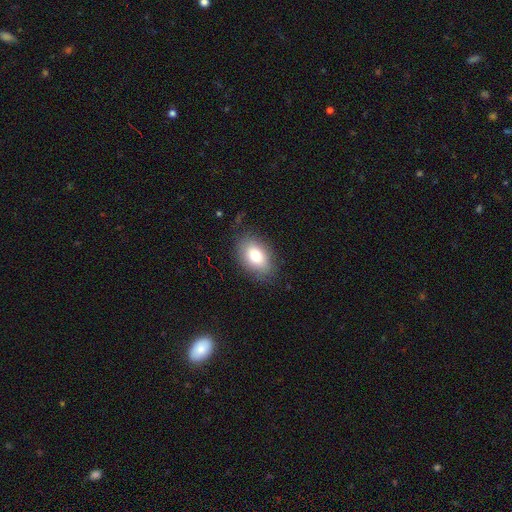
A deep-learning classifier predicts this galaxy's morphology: Q: Smooth or featured?
A: smooth (77%); runner-up: featured or disk (14%)
Q: How rounded?
A: in between (86%); runner-up: round (12%)
Q: Merging?
A: none (83%); runner-up: minor disturbance (12%)